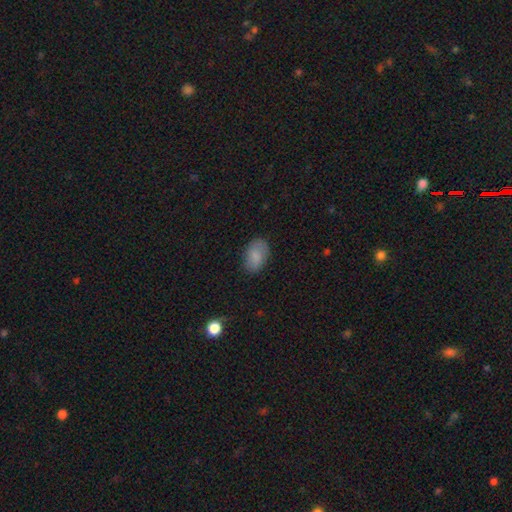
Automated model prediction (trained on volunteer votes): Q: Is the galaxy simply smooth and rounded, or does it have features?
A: smooth — 84%.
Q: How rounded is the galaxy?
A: in between — 90%.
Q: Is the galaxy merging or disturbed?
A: none — 79%.